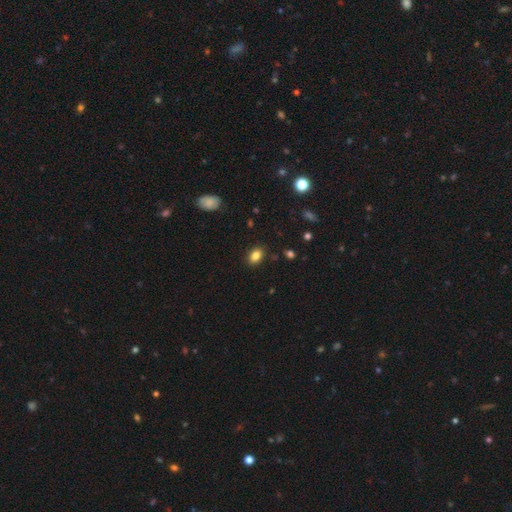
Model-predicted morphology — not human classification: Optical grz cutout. It shows a smooth galaxy with no disk features (84%) that is in between round and cigar-shaped (78%). Merging: none (87%).